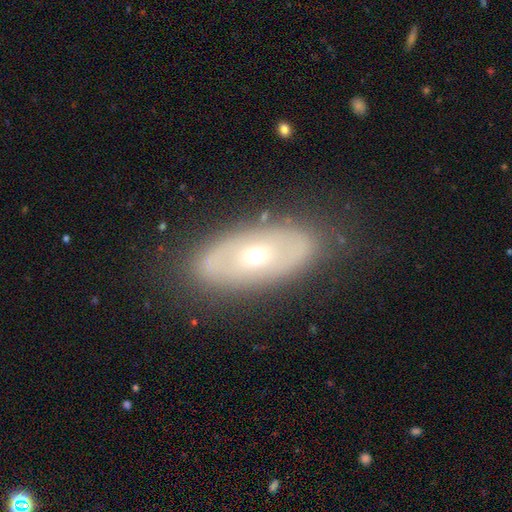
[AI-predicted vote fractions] Morphology: type=featured or disk (58%); edge-on=no (84%); merging=none (83%).